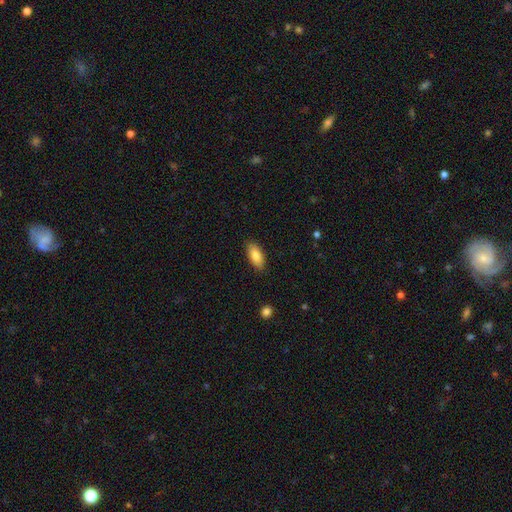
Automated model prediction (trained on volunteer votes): Morphology: type=smooth (85%); roundness=in between (86%); merging=none (87%).